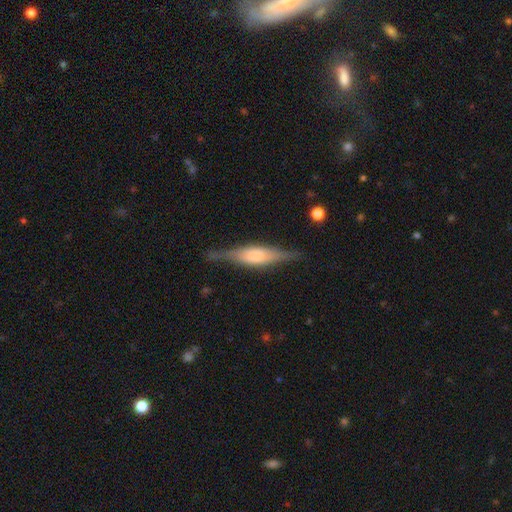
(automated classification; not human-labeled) Q: Smooth or featured?
A: featured or disk (65%); runner-up: smooth (29%)
Q: Edge-on disk?
A: yes (95%); runner-up: no (5%)
Q: Edge-on bulge?
A: rounded (51%); runner-up: boxy (39%)
Q: Merging?
A: none (79%); runner-up: minor disturbance (16%)